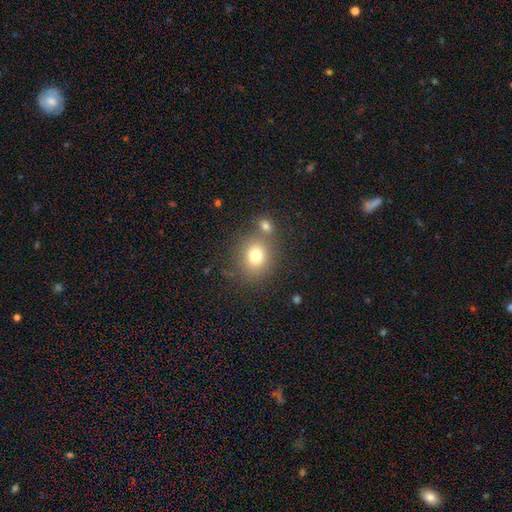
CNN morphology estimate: type=smooth (77%); roundness=round (78%); merging=none (65%).